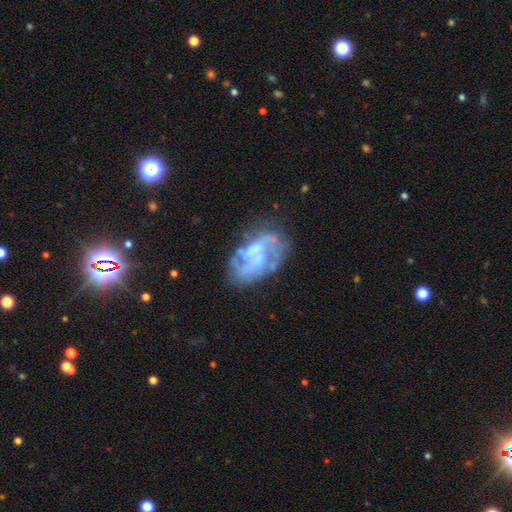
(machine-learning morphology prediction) A featured or disk galaxy (77%) with no bar (60%), spiral arms (64%) and no central bulge (37%). Merging: none (56%).